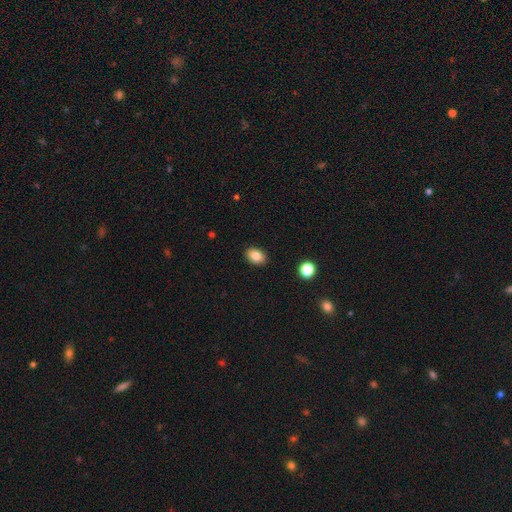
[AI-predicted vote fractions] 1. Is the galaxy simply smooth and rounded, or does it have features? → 84% smooth, 9% star or artifact, 7% featured or disk.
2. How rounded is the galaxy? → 79% in between, 20% round, 1% cigar-shaped.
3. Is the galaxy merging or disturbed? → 89% none, 8% minor disturbance, 2% major disturbance, 1% merger.